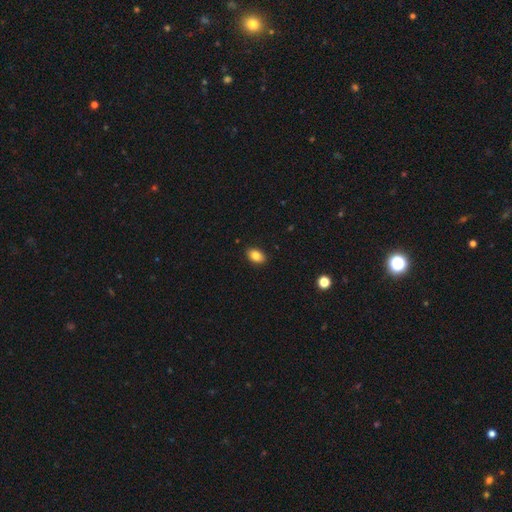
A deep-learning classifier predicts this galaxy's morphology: Smooth or featured?
  - smooth: 86% *
  - star or artifact: 8%
  - featured or disk: 6%
How rounded?
  - in between: 87% *
  - round: 11%
  - cigar-shaped: 1%
Merging?
  - none: 89% *
  - minor disturbance: 9%
  - major disturbance: 2%
  - merger: 1%